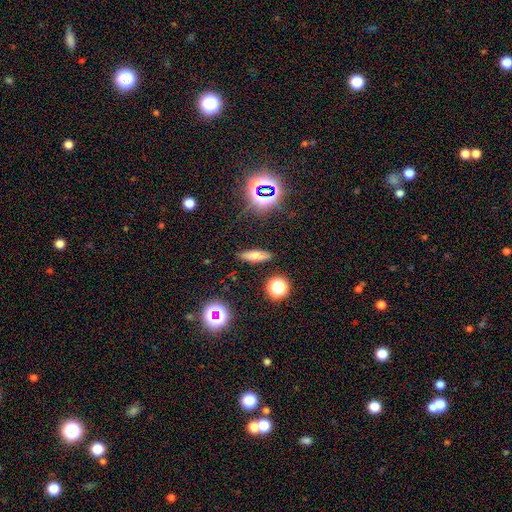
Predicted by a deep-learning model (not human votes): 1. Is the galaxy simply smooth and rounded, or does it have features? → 67% smooth, 17% star or artifact, 16% featured or disk.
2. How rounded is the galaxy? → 67% cigar-shaped, 28% in between, 5% round.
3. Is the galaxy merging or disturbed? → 85% none, 9% minor disturbance, 3% major disturbance, 2% merger.